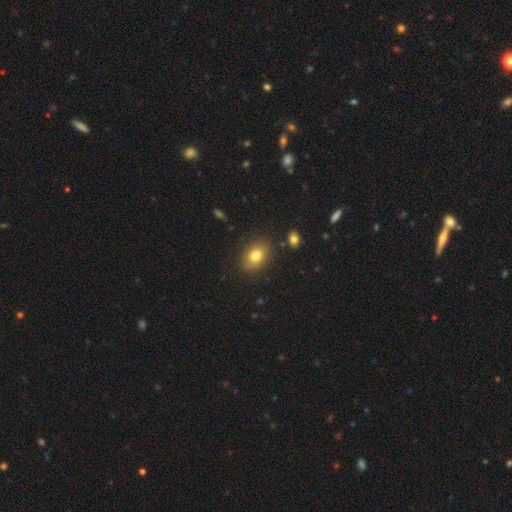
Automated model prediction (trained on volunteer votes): smooth_or_featured: smooth (p=0.79) [alt: featured or disk p=0.11]
how_rounded: in between (p=0.70) [alt: round p=0.28]
merging: none (p=0.82) [alt: minor disturbance p=0.13]